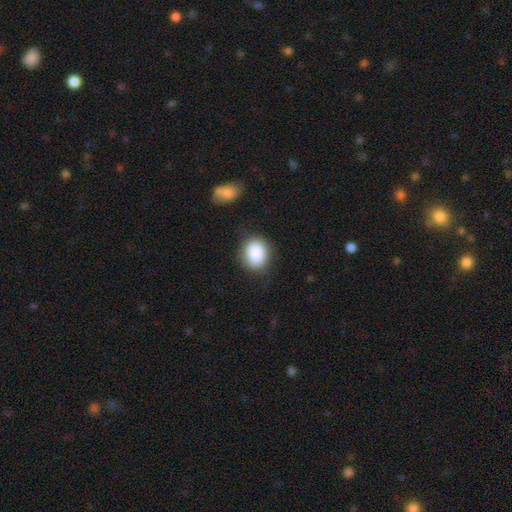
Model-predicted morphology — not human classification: type=smooth (88%); roundness=in between (53%); merging=none (76%).